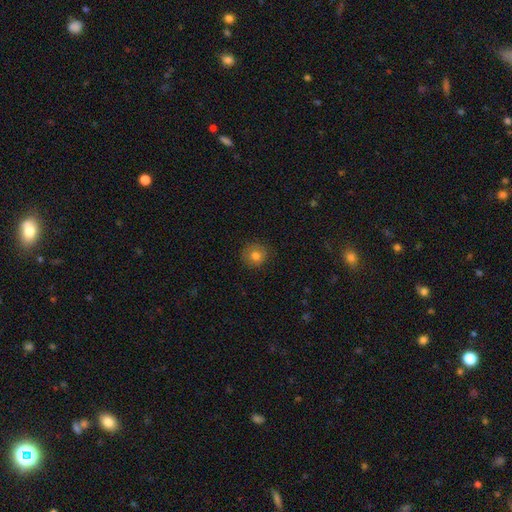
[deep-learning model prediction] Smooth or featured: smooth — 77% (featured or disk — 11%)
How rounded: round — 92% (in between — 8%)
Merging: none — 86% (minor disturbance — 10%)